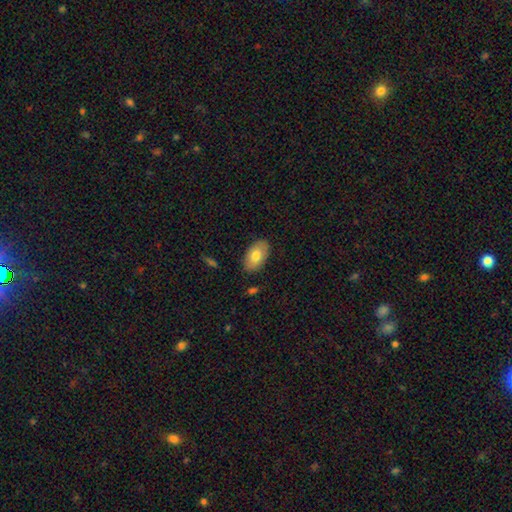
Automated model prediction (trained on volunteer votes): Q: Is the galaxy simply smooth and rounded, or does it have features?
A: smooth — 74%.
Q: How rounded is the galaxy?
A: in between — 94%.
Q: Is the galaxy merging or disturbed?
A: none — 86%.